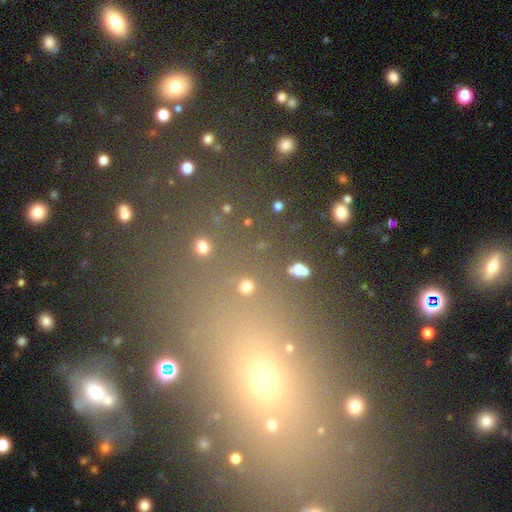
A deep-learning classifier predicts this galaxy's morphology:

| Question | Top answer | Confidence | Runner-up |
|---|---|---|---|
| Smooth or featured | smooth | 47% | star or artifact (40%) |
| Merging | none | 76% | minor disturbance (11%) |